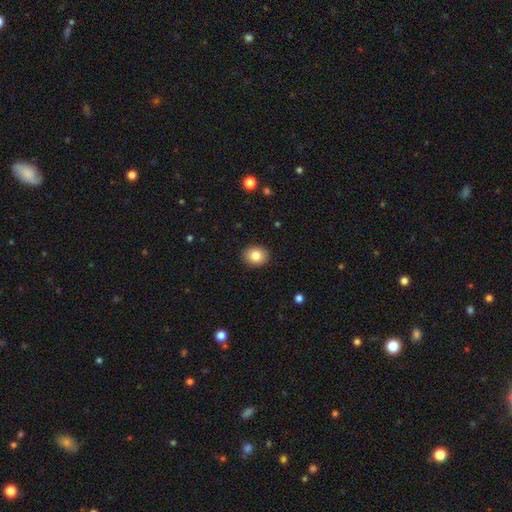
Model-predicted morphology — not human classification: smooth 84%, star or artifact 9%, featured or disk 7%. Down the decision tree: how rounded — round (63%); merging — none (91%).